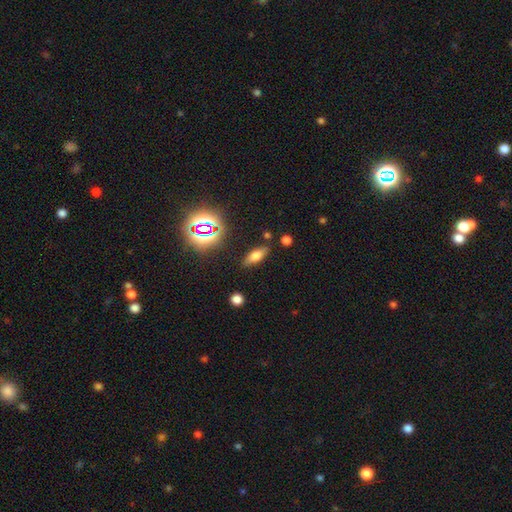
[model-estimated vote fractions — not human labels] Morphology: type=smooth (61%); roundness=in between (62%); merging=none (82%).